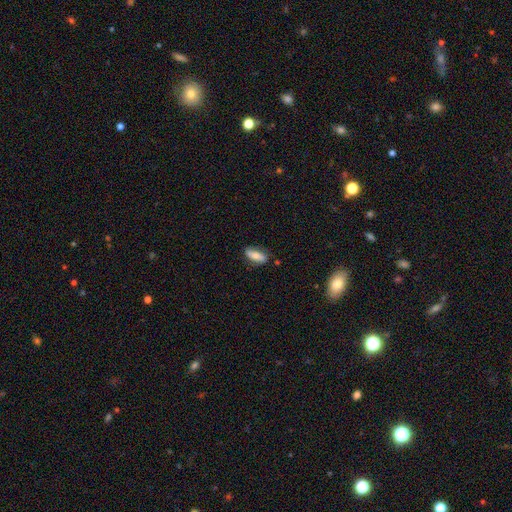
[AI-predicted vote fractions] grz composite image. It shows a smooth galaxy with no disk features (65%) that is in between round and cigar-shaped (67%). Merging: none (75%).